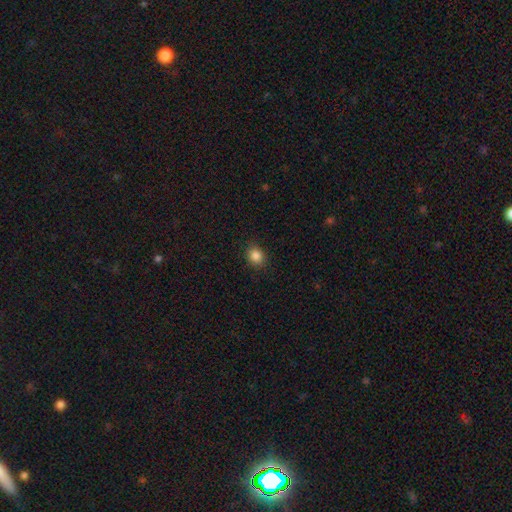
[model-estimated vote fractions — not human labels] A smooth galaxy with no disk features (86%) that is round (63%). Merging: none (88%).